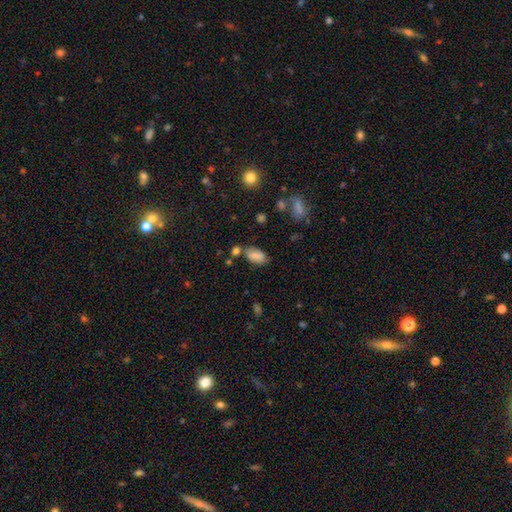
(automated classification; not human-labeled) Smooth or featured?
  - smooth: 79% *
  - featured or disk: 12%
  - star or artifact: 9%
How rounded?
  - in between: 92% *
  - round: 5%
  - cigar-shaped: 3%
Merging?
  - none: 64% *
  - minor disturbance: 18%
  - merger: 13%
  - major disturbance: 5%